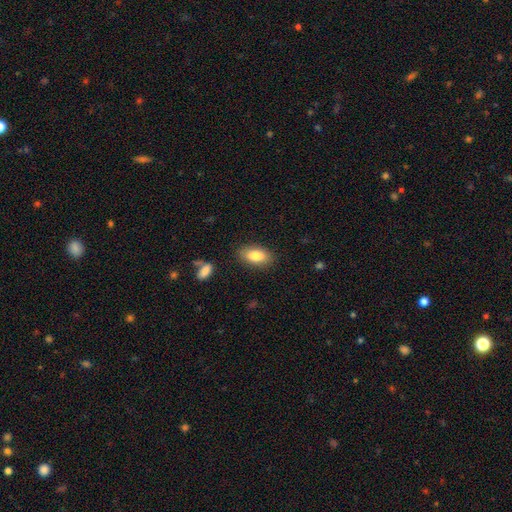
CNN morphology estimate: smooth_or_featured: smooth (p=0.82) [alt: featured or disk p=0.11]
how_rounded: in between (p=0.90) [alt: round p=0.06]
merging: none (p=0.85) [alt: minor disturbance p=0.10]